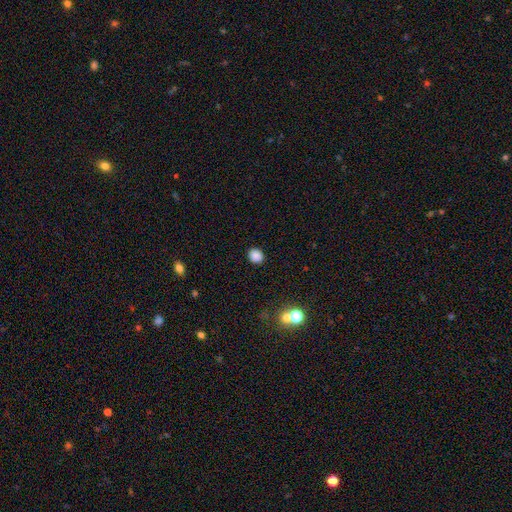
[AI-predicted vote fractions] A smooth galaxy with no disk features (86%) that is round (77%).

Vote fractions:
- Smooth or featured? smooth: 86% / star or artifact: 11% / featured or disk: 3%
- How rounded? round: 77% / in between: 22% / cigar-shaped: 1%
- Merging? none: 90% / minor disturbance: 6% / major disturbance: 2% / merger: 2%